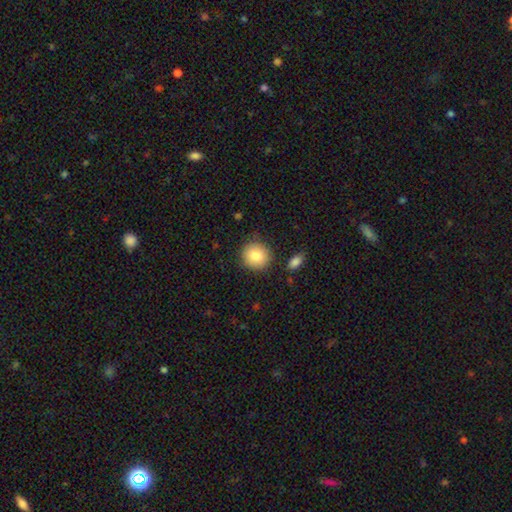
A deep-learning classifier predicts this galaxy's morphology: smooth 83%, featured or disk 9%, star or artifact 8%. Down the decision tree: how rounded — round (88%); merging — none (85%).